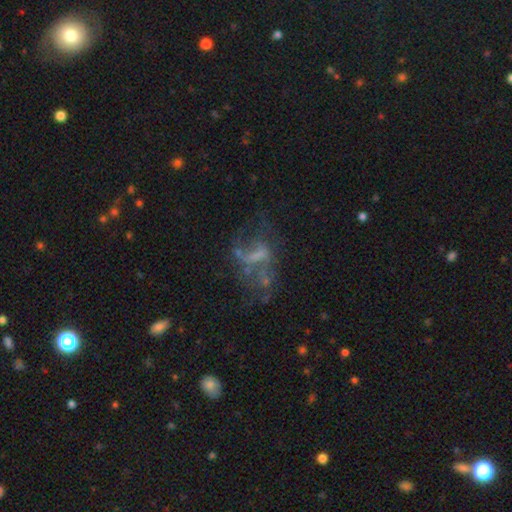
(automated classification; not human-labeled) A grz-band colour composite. It shows a featured or disk galaxy (60%) with no bar (50%), no spiral arms (64%) and no central bulge (61%). Merging: major disturbance (38%).